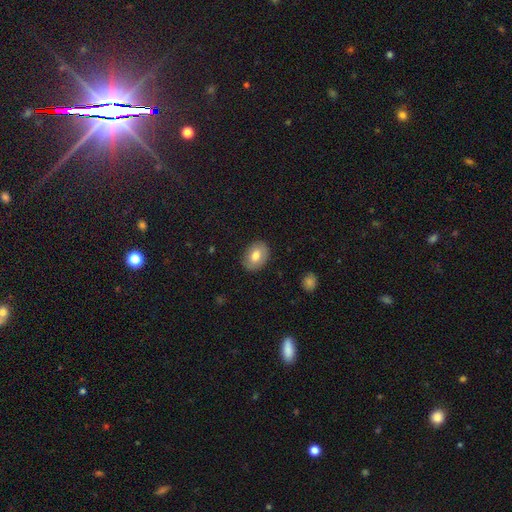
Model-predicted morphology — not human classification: Smooth or featured? Predicted: smooth (p=0.74). How rounded? Predicted: in between (p=0.75). Merging? Predicted: none (p=0.85).